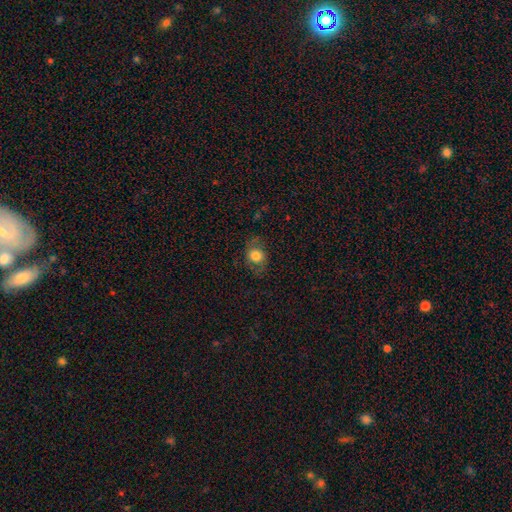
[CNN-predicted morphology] Smooth or featured? smooth (71%)
How rounded? round (56%)
Merging? none (70%)